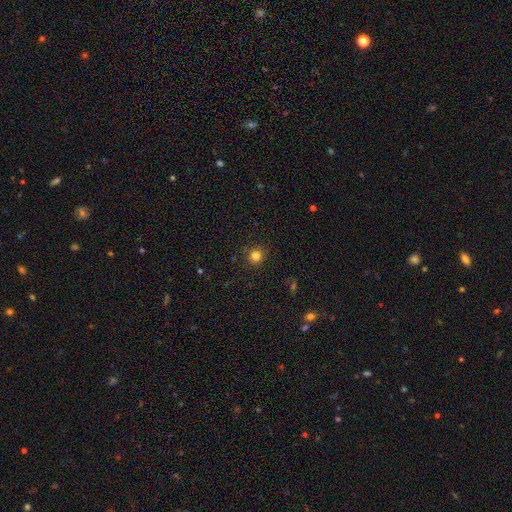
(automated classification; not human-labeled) Morphology: type=smooth (81%); roundness=round (93%); merging=none (90%).